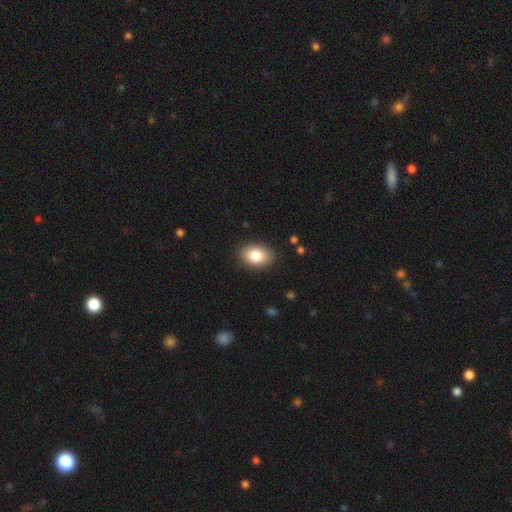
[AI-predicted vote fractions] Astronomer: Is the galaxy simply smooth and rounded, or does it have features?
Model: smooth — 83%.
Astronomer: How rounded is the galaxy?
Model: in between — 80%.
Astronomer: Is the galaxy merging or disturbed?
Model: none — 87%.